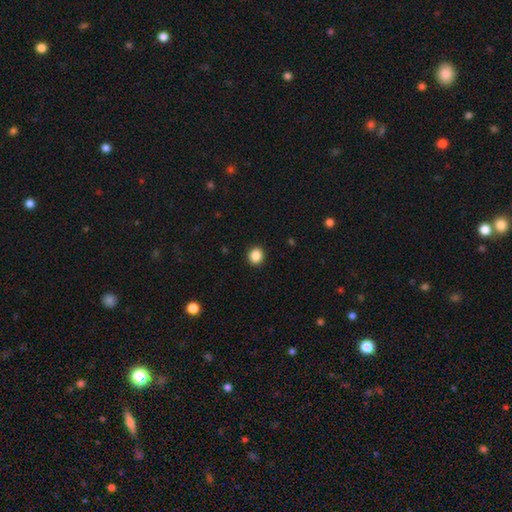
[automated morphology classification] The model was most divided on "how rounded": round: 84%, in between: 15%, cigar-shaped: 1%. More confident: merging — none (92%); smooth or featured — smooth (88%).